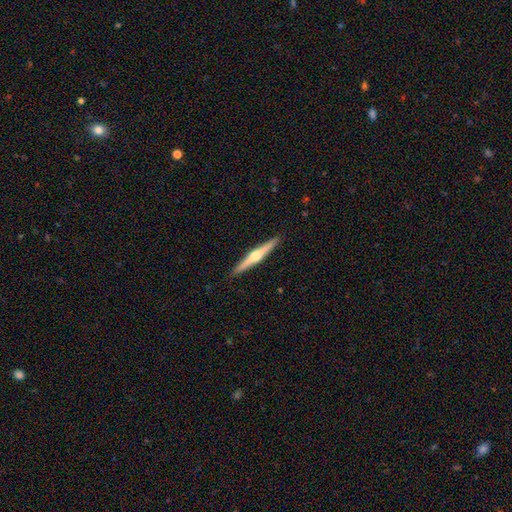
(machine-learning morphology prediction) featured or disk 73%, smooth 22%, star or artifact 5%. Down the decision tree: edge-on disk — yes (98%); edge-on bulge — rounded (93%); merging — none (92%).